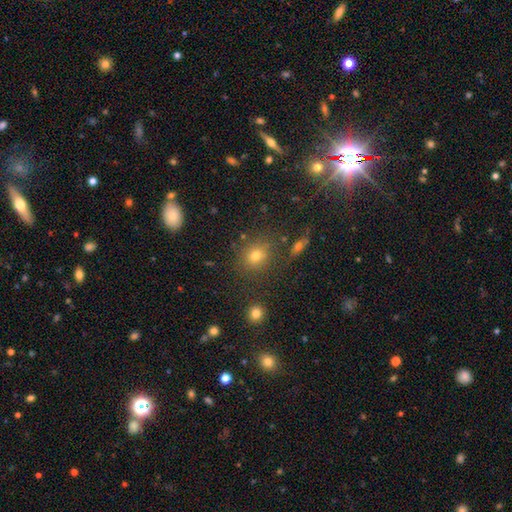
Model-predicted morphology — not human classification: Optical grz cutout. It shows a smooth galaxy with no disk features (71%) that is round (80%). Merging: none (82%).